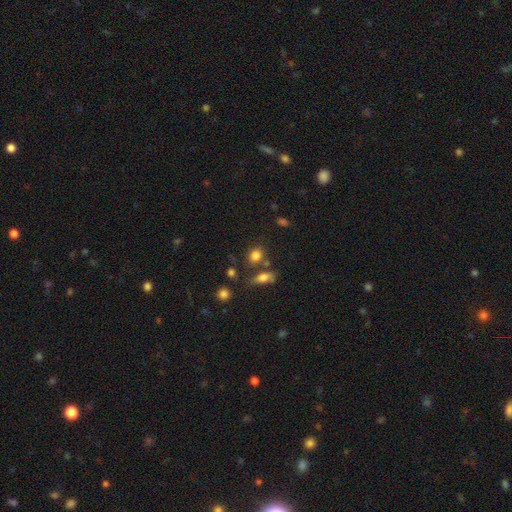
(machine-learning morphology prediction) Smooth or featured? smooth (81%)
How rounded? round (57%)
Merging? none (67%)